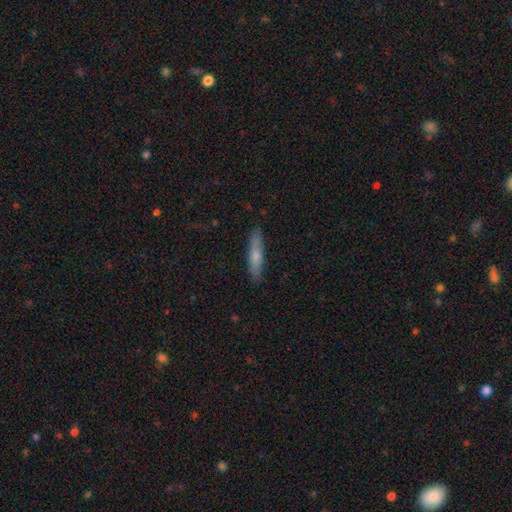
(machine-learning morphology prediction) smooth 66%, featured or disk 28%, star or artifact 6%. Down the decision tree: how rounded — cigar-shaped (87%); merging — none (87%).